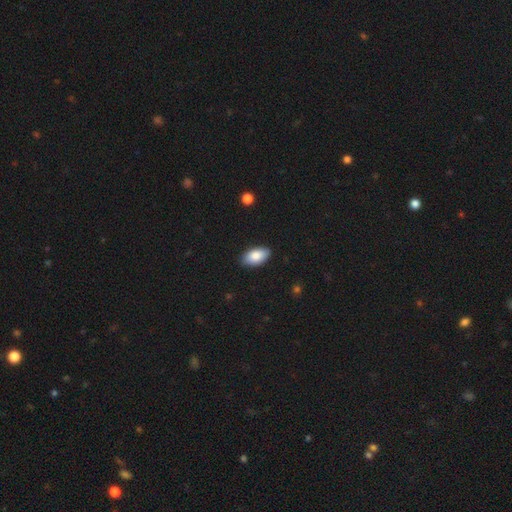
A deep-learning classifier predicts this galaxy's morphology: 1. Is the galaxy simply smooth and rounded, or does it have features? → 86% smooth, 8% featured or disk, 6% star or artifact.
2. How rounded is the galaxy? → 95% in between, 3% round, 2% cigar-shaped.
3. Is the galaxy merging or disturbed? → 88% none, 9% minor disturbance, 2% major disturbance, 1% merger.